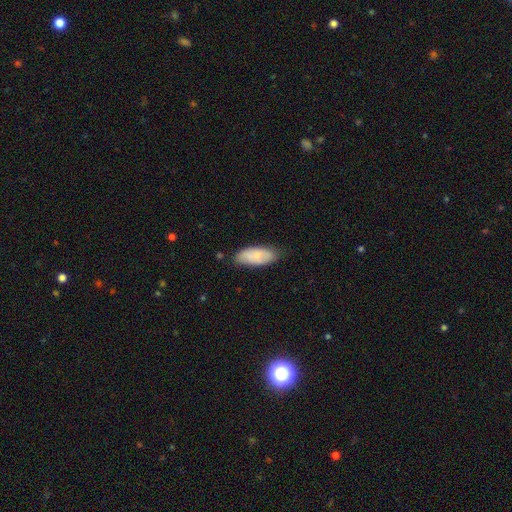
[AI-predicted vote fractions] This is likely a smooth galaxy (75%). How rounded: clearly in between (84%). Merging: likely none (77%).